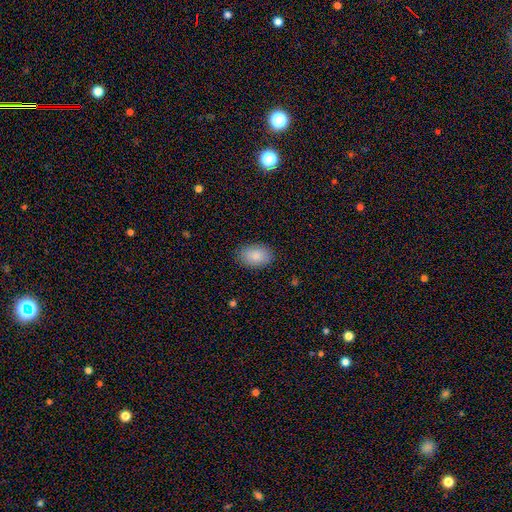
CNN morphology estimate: Smooth or featured? smooth (88%)
How rounded? in between (89%)
Merging? none (87%)